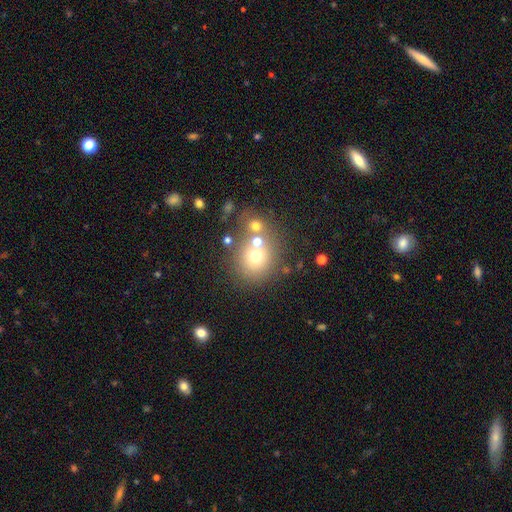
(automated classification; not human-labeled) A smooth galaxy with no disk features (65%) that is round (81%). Merging: none (55%).